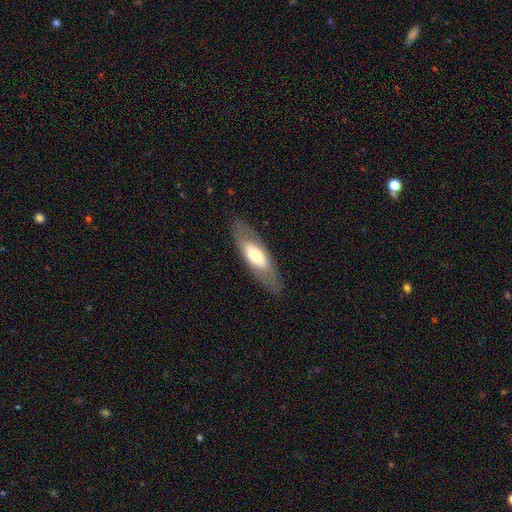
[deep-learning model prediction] smooth_or_featured: smooth (p=0.54) [alt: featured or disk p=0.40]
how_rounded: in between (p=0.63) [alt: cigar-shaped p=0.34]
merging: none (p=0.82) [alt: minor disturbance p=0.12]